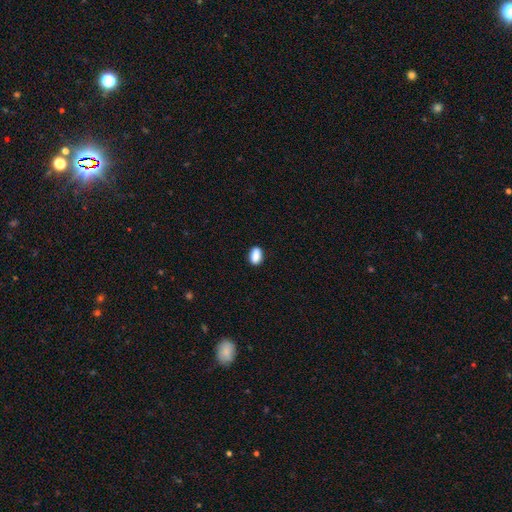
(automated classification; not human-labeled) smooth 89%, star or artifact 8%, featured or disk 3%. Down the decision tree: how rounded — in between (87%); merging — none (84%).